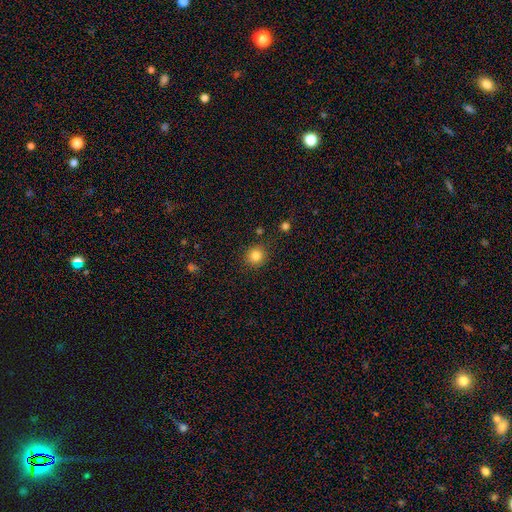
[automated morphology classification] Overall: smooth (85%). How rounded: round (88%). Merging: none (87%).